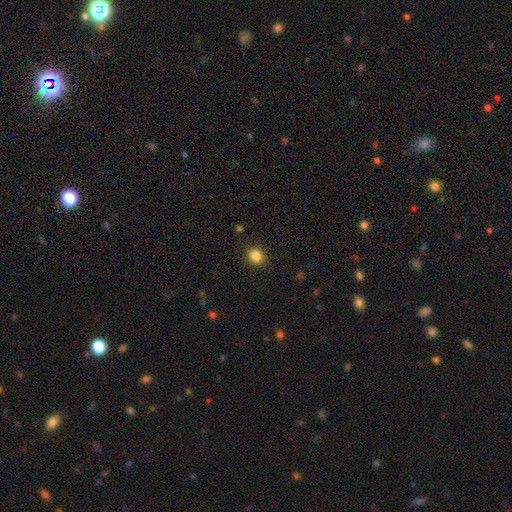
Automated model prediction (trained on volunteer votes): Overall: smooth (85%). How rounded: round (72%). Merging: none (90%).